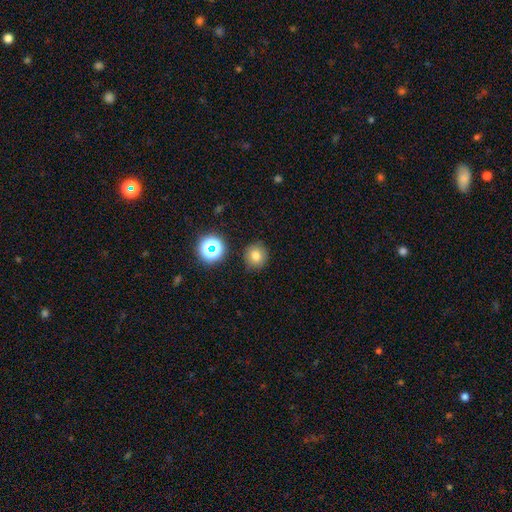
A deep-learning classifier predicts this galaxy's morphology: Smooth or featured? Predicted: smooth (p=0.75). How rounded? Predicted: round (p=0.91). Merging? Predicted: none (p=0.87).